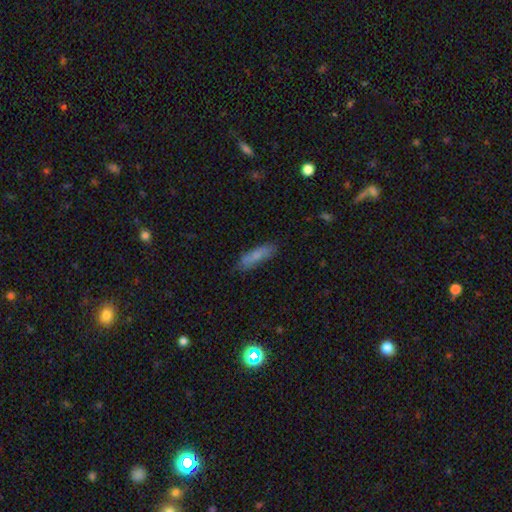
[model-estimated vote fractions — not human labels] A smooth galaxy with no disk features (79%) that is cigar-shaped (67%). Merging: none (78%).